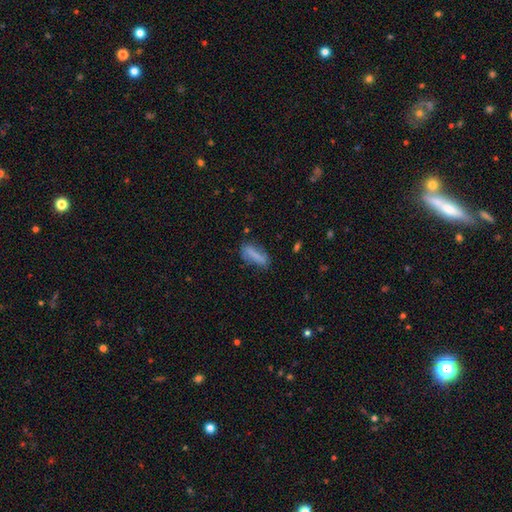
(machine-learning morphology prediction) smooth_or_featured: smooth (p=0.75) [alt: featured or disk p=0.16]
how_rounded: cigar-shaped (p=0.54) [alt: in between p=0.43]
merging: none (p=0.67) [alt: minor disturbance p=0.21]